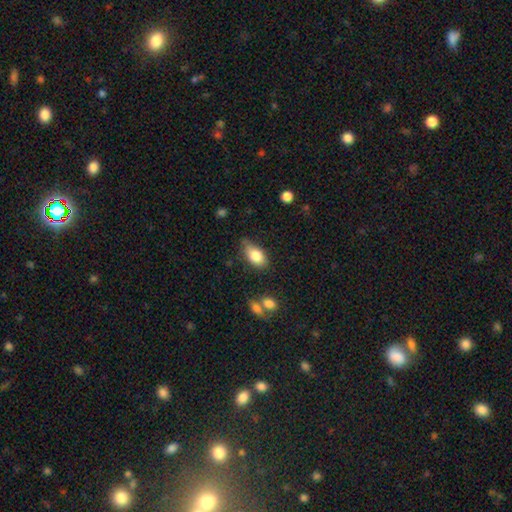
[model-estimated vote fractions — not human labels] A smooth galaxy with no disk features (80%) that is in between round and cigar-shaped (89%).

Vote fractions:
- Smooth or featured? smooth: 80% / featured or disk: 13% / star or artifact: 7%
- How rounded? in between: 89% / round: 7% / cigar-shaped: 4%
- Merging? none: 62% / minor disturbance: 28% / major disturbance: 6% / merger: 4%